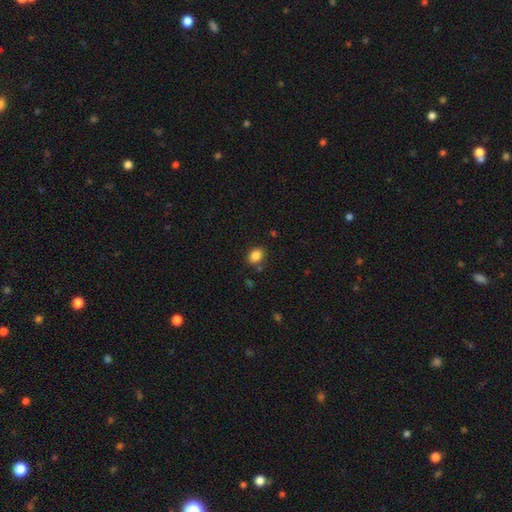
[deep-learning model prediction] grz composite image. It shows a smooth galaxy with no disk features (86%) that is in between round and cigar-shaped (67%). Merging: none (81%).